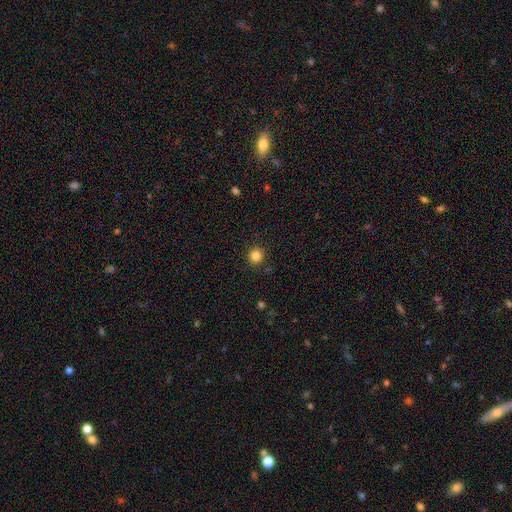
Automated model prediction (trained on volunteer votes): Overall: smooth (83%). How rounded: round (92%). Merging: none (91%).